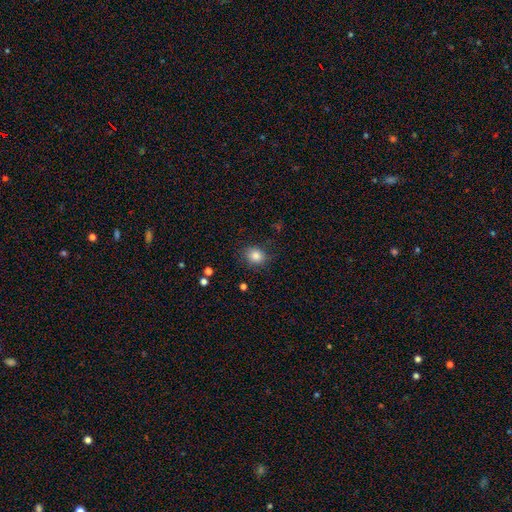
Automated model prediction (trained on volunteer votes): Smooth or featured? smooth (84%)
How rounded? round (64%)
Merging? none (79%)